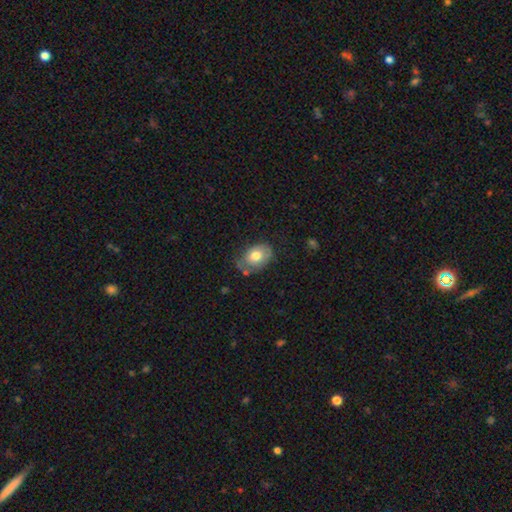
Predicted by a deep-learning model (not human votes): smooth_or_featured: smooth (p=0.70) [alt: featured or disk p=0.23]
how_rounded: in between (p=0.80) [alt: round p=0.19]
merging: none (p=0.54) [alt: minor disturbance p=0.32]